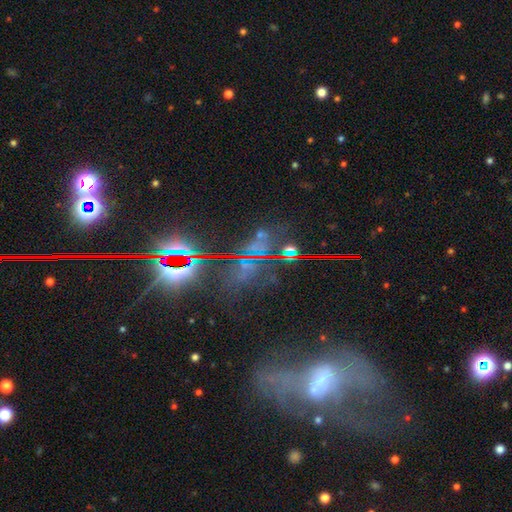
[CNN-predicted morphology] smooth-or-featured: star or artifact: 57% | featured or disk: 27% | smooth: 16%